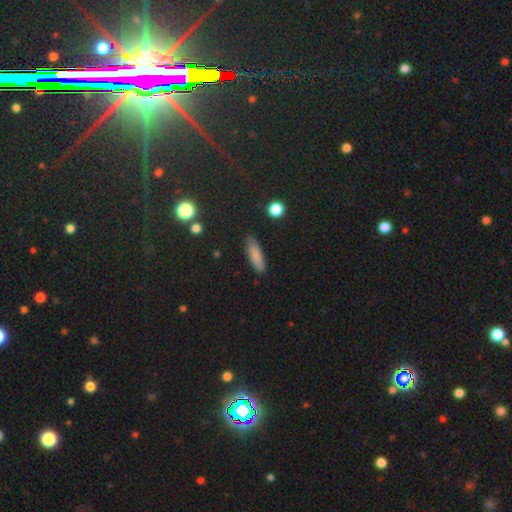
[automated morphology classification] A smooth galaxy with no disk features (83%) that is cigar-shaped (64%).

Vote fractions:
- Smooth or featured? smooth: 83% / featured or disk: 9% / star or artifact: 8%
- How rounded? cigar-shaped: 64% / in between: 34% / round: 2%
- Merging? none: 86% / minor disturbance: 11% / major disturbance: 2% / merger: 1%